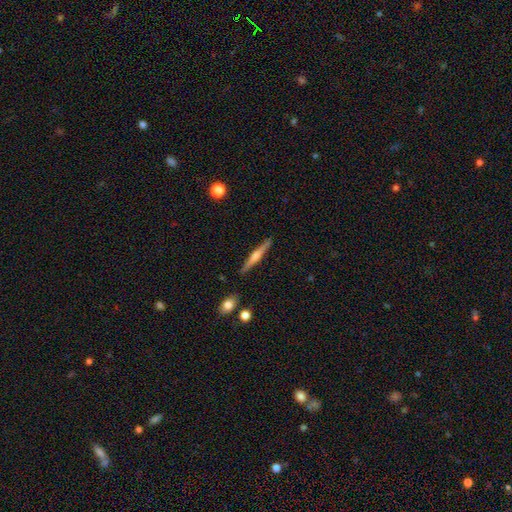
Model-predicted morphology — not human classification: featured or disk 68%, smooth 27%, star or artifact 6%. Down the decision tree: edge-on disk — yes (98%); edge-on bulge — rounded (78%); merging — none (90%).